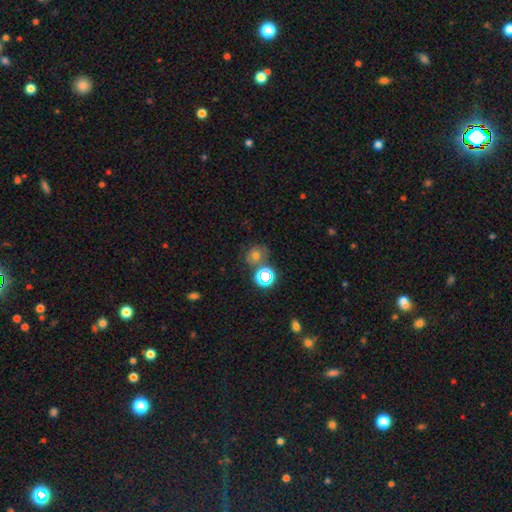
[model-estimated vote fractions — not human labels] This appears to be a smooth galaxy with no disk features (54%) that is round (76%). Merging: none (59%).